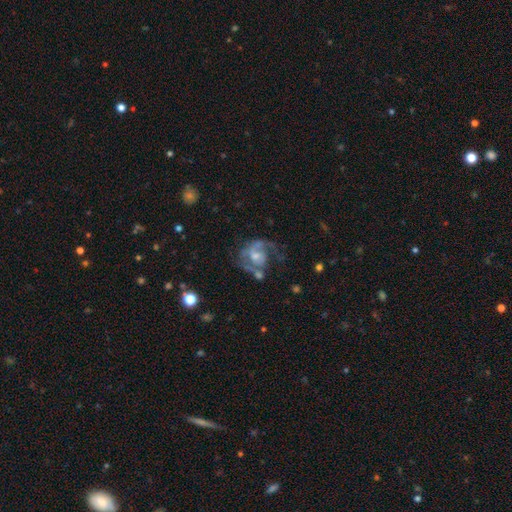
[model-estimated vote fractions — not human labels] Smooth or featured? Predicted: featured or disk (p=0.77). Edge-on disk? Predicted: no (p=0.98). Bar? Predicted: no (p=0.58). Spiral arms? Predicted: yes (p=0.86). Spiral winding? Predicted: medium (p=0.48). Spiral arm count? Predicted: 2 (p=0.61). Bulge size? Predicted: moderate (p=0.48). Merging? Predicted: none (p=0.39).